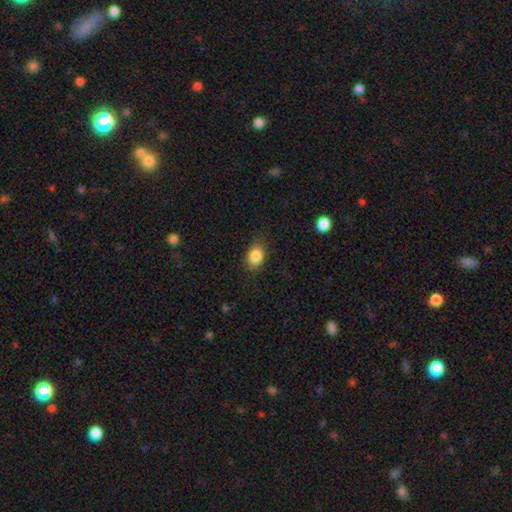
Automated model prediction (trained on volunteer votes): A smooth galaxy with no disk features (85%) that is in between round and cigar-shaped (74%). Merging: none (82%).